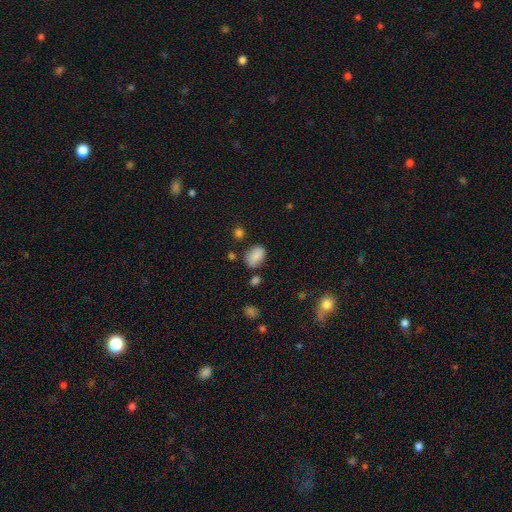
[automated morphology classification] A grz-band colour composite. It shows a smooth galaxy with no disk features (85%) that is in between round and cigar-shaped (82%). Merging: none (65%).